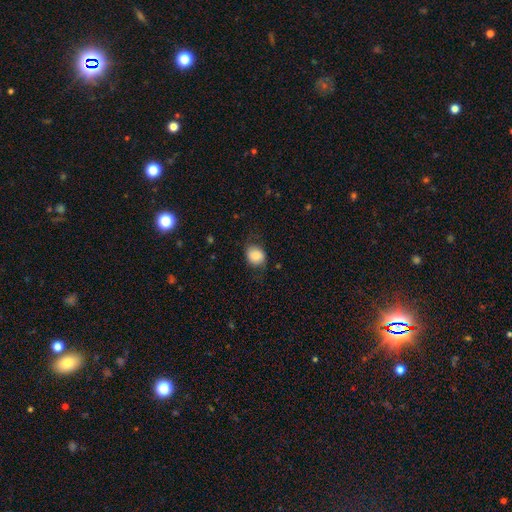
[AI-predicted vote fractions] smooth_or_featured: smooth (p=0.78) [alt: featured or disk p=0.14]
how_rounded: round (p=0.60) [alt: in between p=0.39]
merging: none (p=0.71) [alt: minor disturbance p=0.20]